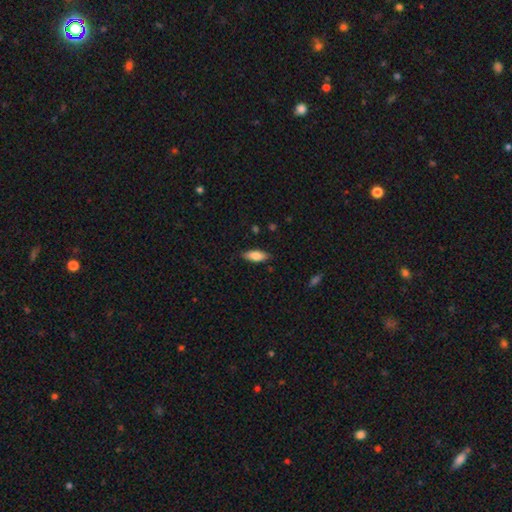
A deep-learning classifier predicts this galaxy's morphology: smooth 80%, featured or disk 13%, star or artifact 6%. Down the decision tree: how rounded — in between (78%); merging — none (83%).